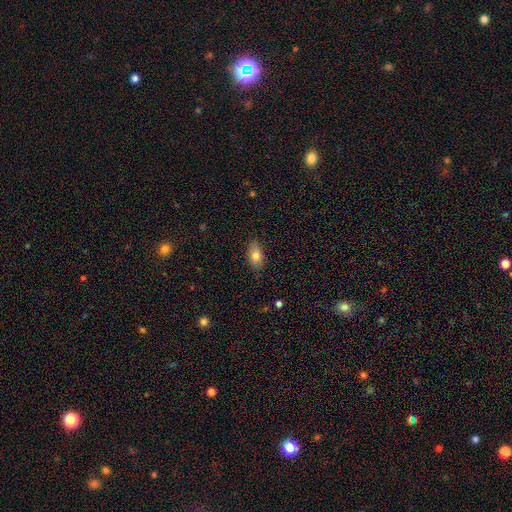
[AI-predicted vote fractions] Q: Smooth or featured?
A: smooth (80%); runner-up: featured or disk (12%)
Q: How rounded?
A: in between (89%); runner-up: round (6%)
Q: Merging?
A: none (84%); runner-up: minor disturbance (13%)